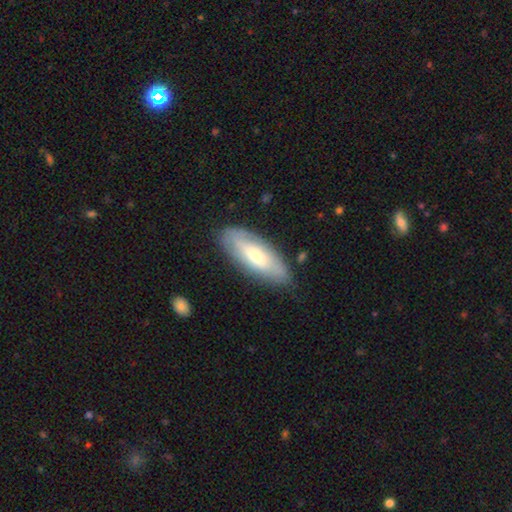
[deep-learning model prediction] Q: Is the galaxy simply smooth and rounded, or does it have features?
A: smooth — 50%.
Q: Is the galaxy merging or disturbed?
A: none — 79%.